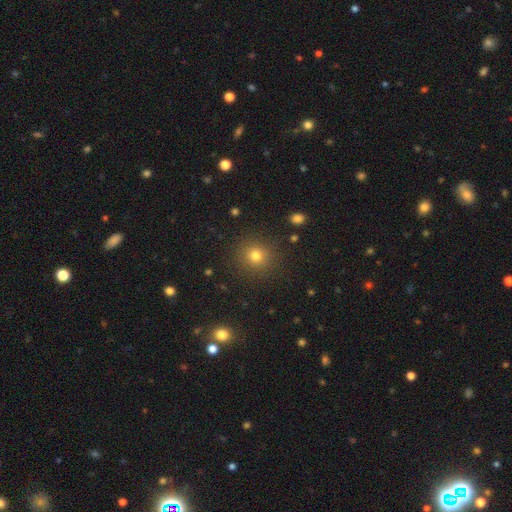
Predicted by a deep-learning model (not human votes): A smooth galaxy with no disk features (76%) that is round (90%).

Vote fractions:
- Smooth or featured? smooth: 76% / star or artifact: 17% / featured or disk: 7%
- How rounded? round: 90% / in between: 9% / cigar-shaped: 1%
- Merging? none: 89% / minor disturbance: 6% / major disturbance: 3% / merger: 2%